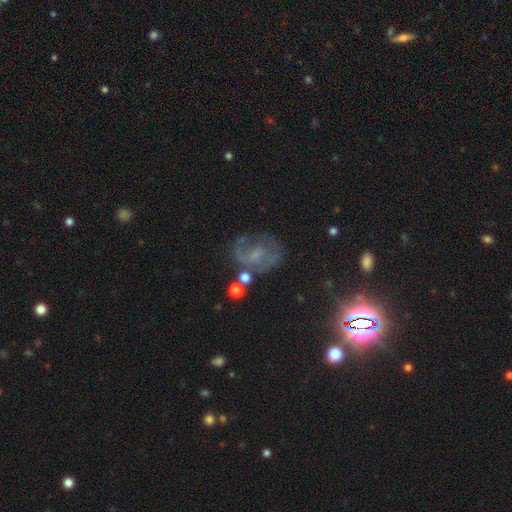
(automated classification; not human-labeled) smooth-or-featured: featured or disk: 63% | star or artifact: 19% | smooth: 18%
  disk-edge-on: no: 97% | yes: 3%
    bar: no: 48% | weak: 42% | strong: 10%
    has-spiral-arms: yes: 79% | no: 21%
    bulge-size: small: 48% | moderate: 25% | none: 23% | large: 2% | dominant: 1%
  merging: none: 54% | minor disturbance: 21% | major disturbance: 19% | merger: 5%